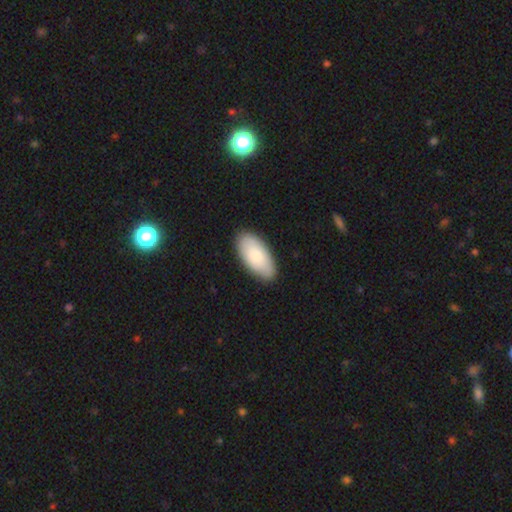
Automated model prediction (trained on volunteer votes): Morphology: type=smooth (80%); roundness=in between (94%); merging=none (85%).